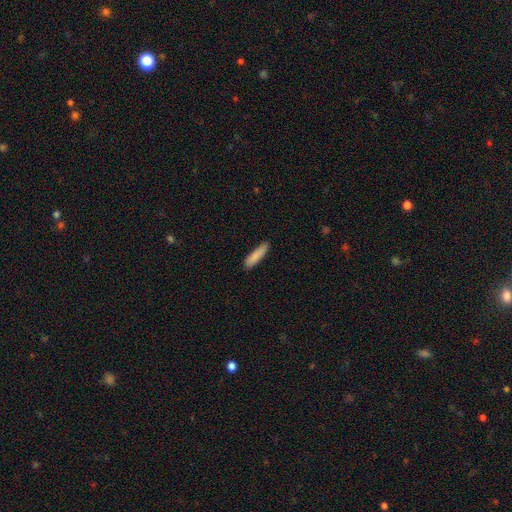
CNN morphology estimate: Smooth or featured: smooth — 86% (featured or disk — 8%)
How rounded: cigar-shaped — 77% (in between — 22%)
Merging: none — 84% (minor disturbance — 13%)